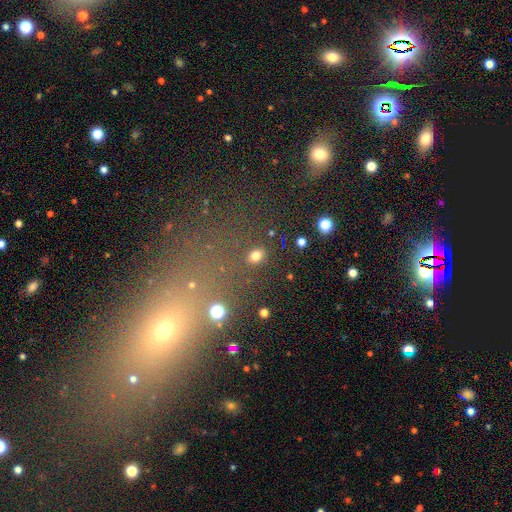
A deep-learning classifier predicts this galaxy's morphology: This is likely a smooth galaxy (77%). How rounded: possibly in between (59%). Merging: clearly none (84%).